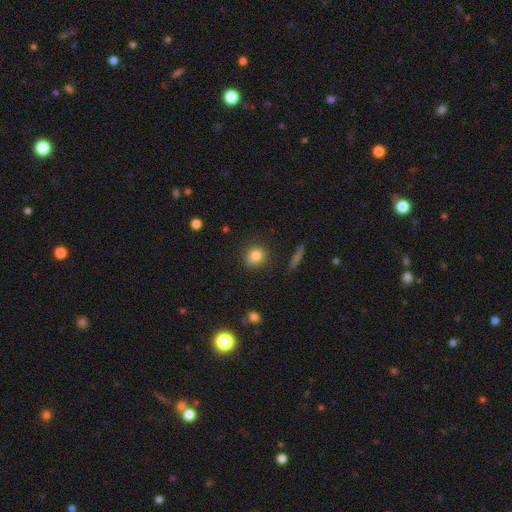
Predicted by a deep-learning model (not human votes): Smooth or featured? Predicted: smooth (p=0.81). How rounded? Predicted: round (p=0.83). Merging? Predicted: none (p=0.74).